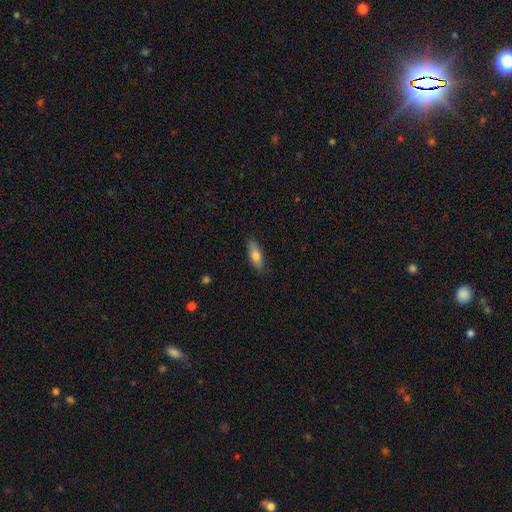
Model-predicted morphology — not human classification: smooth-or-featured: smooth: 75% | featured or disk: 18% | star or artifact: 6%
  how-rounded: in between: 65% | cigar-shaped: 32% | round: 2%
  merging: none: 83% | minor disturbance: 13% | major disturbance: 2% | merger: 1%